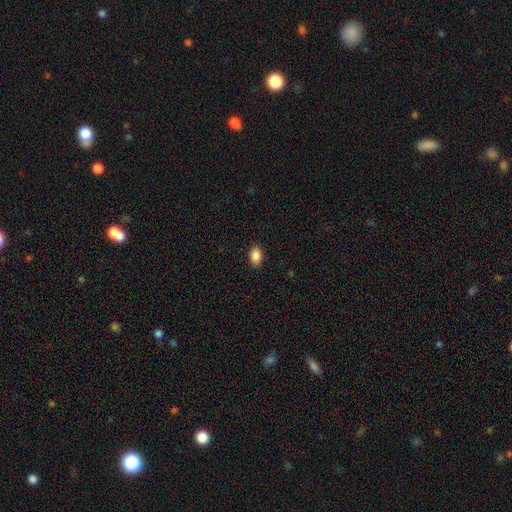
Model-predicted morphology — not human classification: Smooth or featured? smooth (89%)
How rounded? in between (85%)
Merging? none (89%)